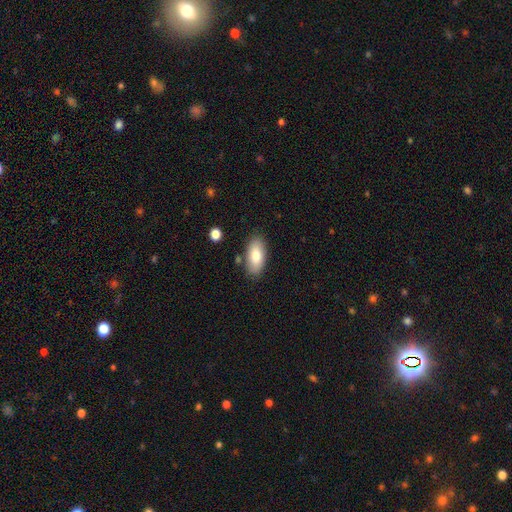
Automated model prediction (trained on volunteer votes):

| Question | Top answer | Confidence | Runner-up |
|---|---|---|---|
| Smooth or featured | smooth | 79% | featured or disk (15%) |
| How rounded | in between | 91% | cigar-shaped (6%) |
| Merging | none | 83% | minor disturbance (11%) |